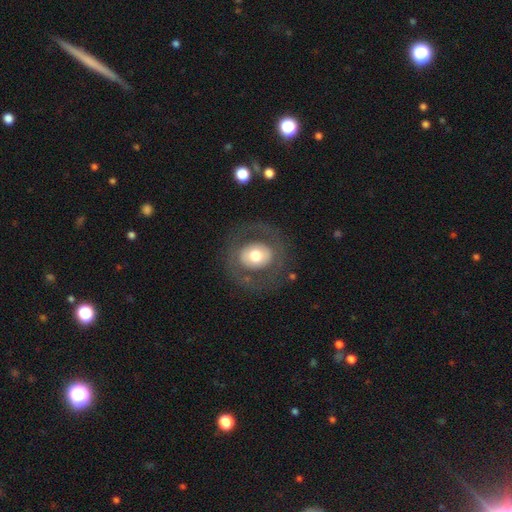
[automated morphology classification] Smooth or featured? Predicted: smooth (p=0.47). Merging? Predicted: none (p=0.79).